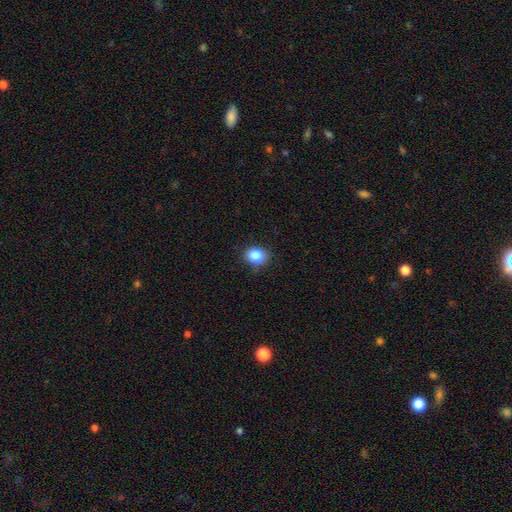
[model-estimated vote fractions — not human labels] Smooth or featured? Predicted: smooth (p=0.85). How rounded? Predicted: round (p=0.54). Merging? Predicted: none (p=0.84).